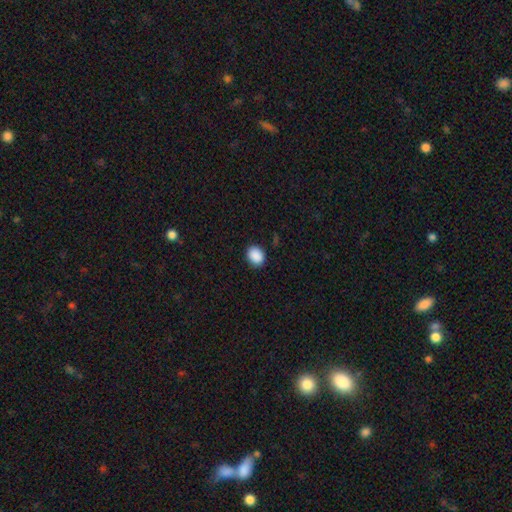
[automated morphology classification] This appears to be a smooth galaxy with no disk features (90%) that is in between round and cigar-shaped (50%). Merging: none (89%).